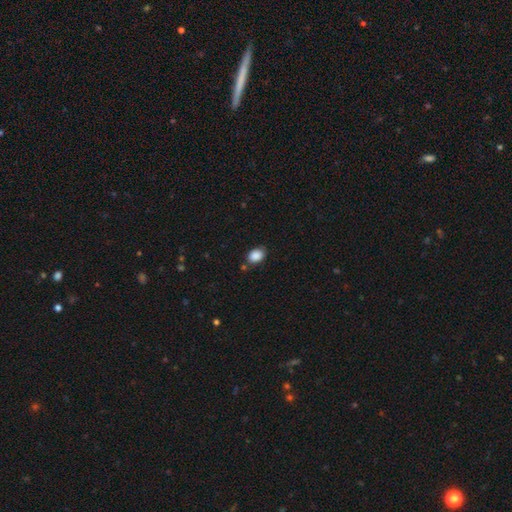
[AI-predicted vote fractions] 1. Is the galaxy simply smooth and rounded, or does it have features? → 88% smooth, 8% star or artifact, 4% featured or disk.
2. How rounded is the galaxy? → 77% in between, 22% round, 1% cigar-shaped.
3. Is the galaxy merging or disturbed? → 78% none, 15% minor disturbance, 4% merger, 3% major disturbance.